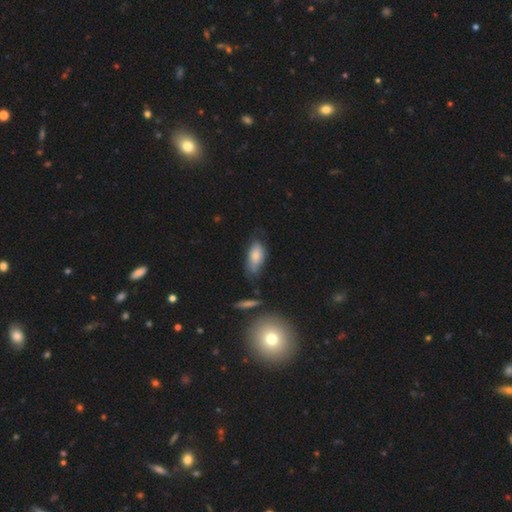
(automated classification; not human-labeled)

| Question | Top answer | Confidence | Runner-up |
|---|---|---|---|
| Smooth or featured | smooth | 74% | featured or disk (18%) |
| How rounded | in between | 88% | cigar-shaped (9%) |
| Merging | none | 52% | minor disturbance (34%) |